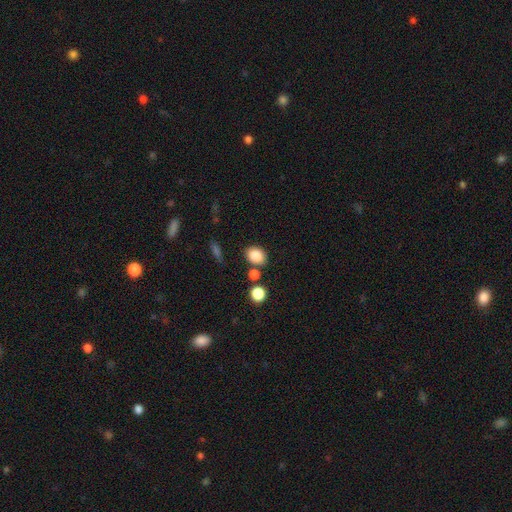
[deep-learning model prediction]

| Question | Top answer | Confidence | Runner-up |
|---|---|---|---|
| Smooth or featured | smooth | 86% | star or artifact (10%) |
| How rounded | in between | 60% | round (39%) |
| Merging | none | 74% | minor disturbance (12%) |